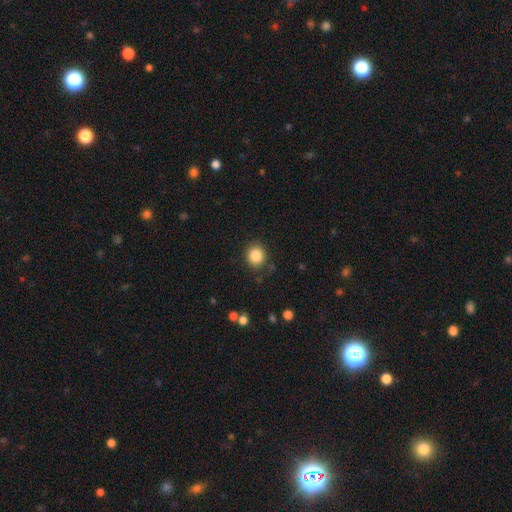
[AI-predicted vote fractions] This is clearly a smooth galaxy (85%). How rounded: clearly round (84%). Merging: clearly none (88%).